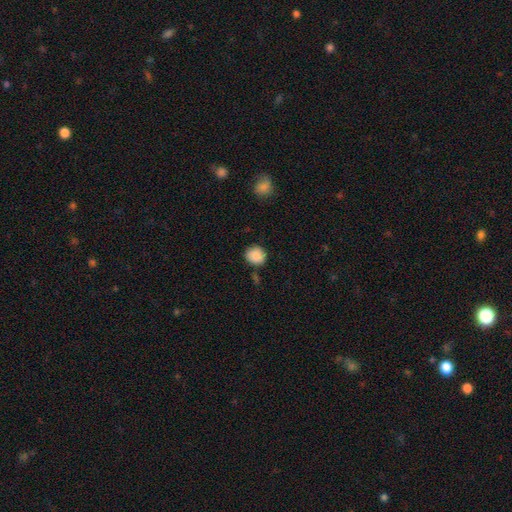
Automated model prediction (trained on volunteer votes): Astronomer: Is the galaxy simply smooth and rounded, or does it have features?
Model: smooth — 87%.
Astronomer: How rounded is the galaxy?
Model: round — 85%.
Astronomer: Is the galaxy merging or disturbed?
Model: none — 84%.